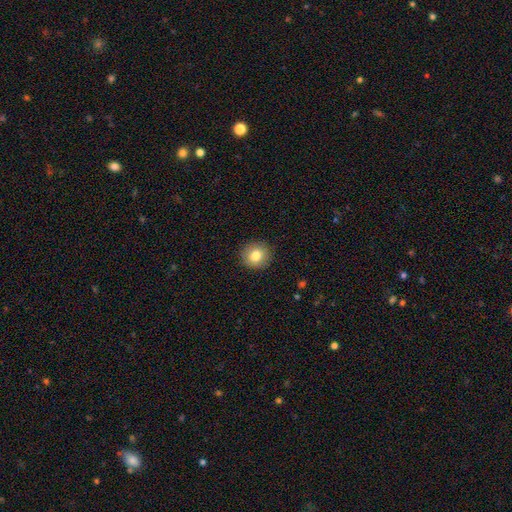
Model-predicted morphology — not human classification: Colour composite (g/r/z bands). It shows a smooth galaxy with no disk features (82%) that is round (91%). Merging: none (91%).